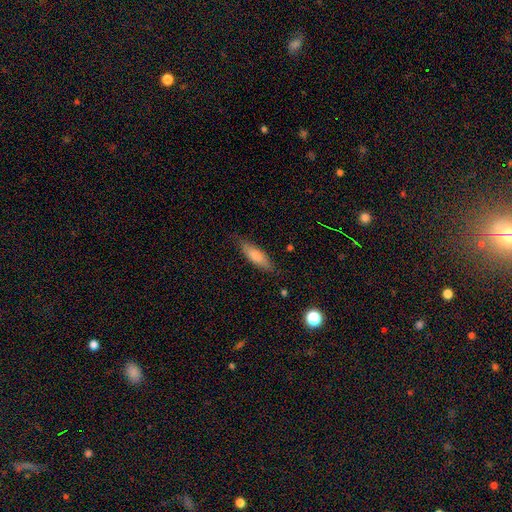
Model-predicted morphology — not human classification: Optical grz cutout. It shows a smooth galaxy with no disk features (77%) that is cigar-shaped (52%). Merging: none (80%).